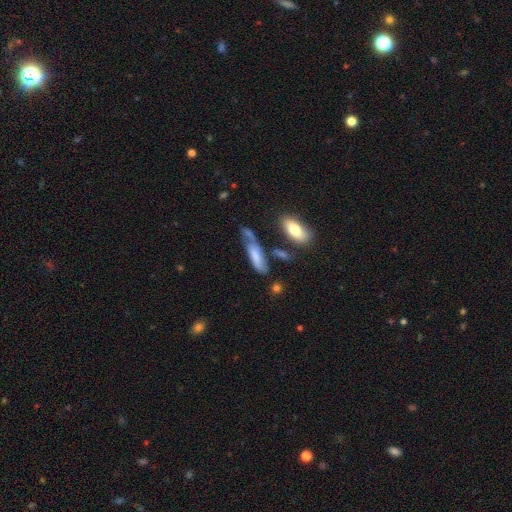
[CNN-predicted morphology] Smooth or featured: smooth — 65% (featured or disk — 27%)
How rounded: in between — 53% (cigar-shaped — 45%)
Merging: none — 37% (minor disturbance — 28%)